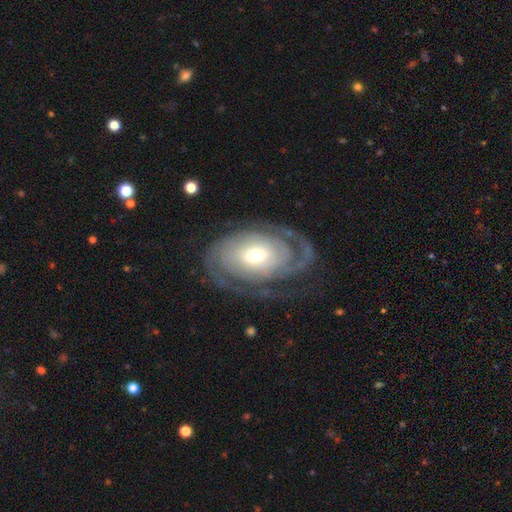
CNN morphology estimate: Overall: featured or disk (85%). Edge-on disk: no (96%). Bar: no (49%; weak 36%). Spiral arms: yes (94%). Spiral arm count: 2 (55%; can't tell 20%). Spiral winding: tight (62%; medium 28%). Bulge size: moderate (53%; small 34%). Merging: none (67%).